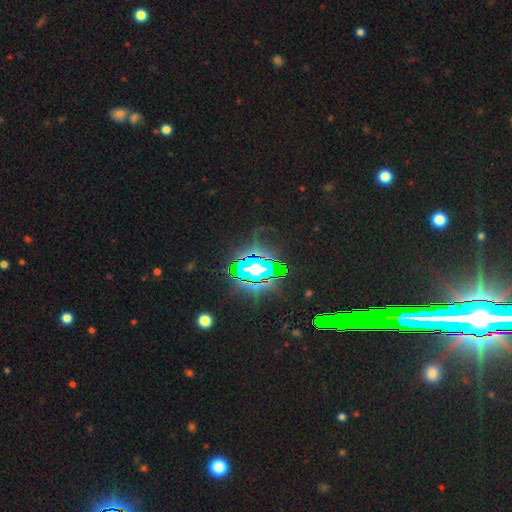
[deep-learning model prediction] Smooth or featured?
  - star or artifact: 77% *
  - featured or disk: 12%
  - smooth: 11%